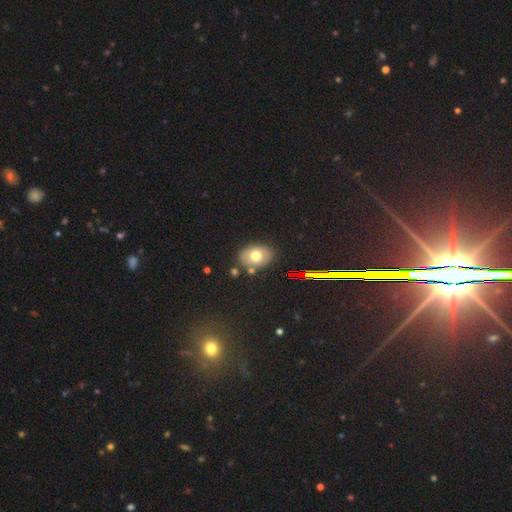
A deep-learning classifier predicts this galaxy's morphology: type=smooth (68%); roundness=in between (71%); merging=none (79%).